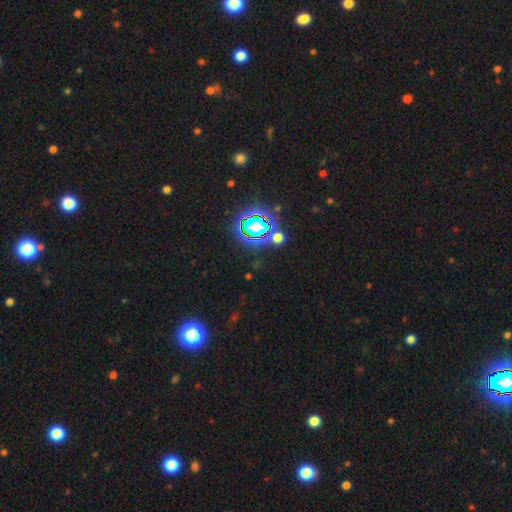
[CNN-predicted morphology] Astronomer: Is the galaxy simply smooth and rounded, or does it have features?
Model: star or artifact — 81%.